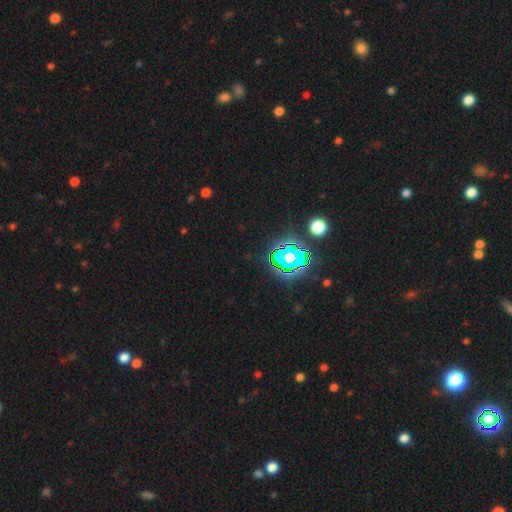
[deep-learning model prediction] star or artifact 79%, smooth 13%, featured or disk 8%.